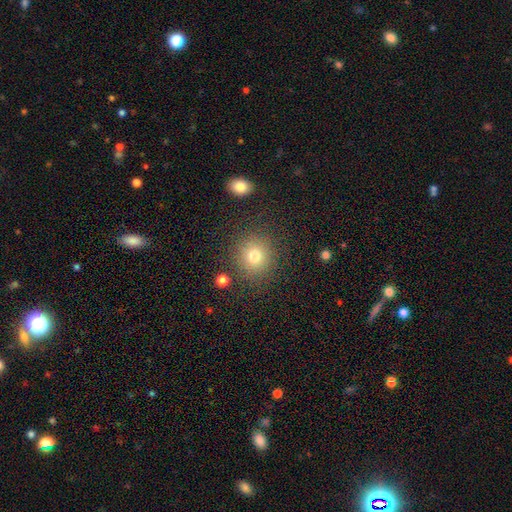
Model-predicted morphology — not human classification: This appears to be a smooth galaxy with no disk features (77%) that is round (89%). Merging: none (85%).